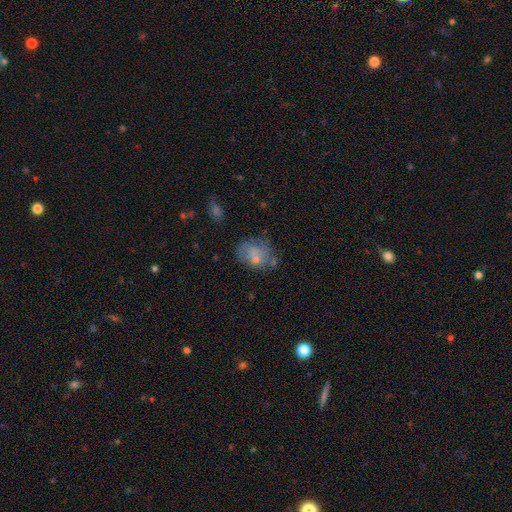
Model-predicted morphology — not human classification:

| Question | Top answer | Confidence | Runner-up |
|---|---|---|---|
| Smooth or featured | smooth | 60% | featured or disk (30%) |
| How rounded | in between | 55% | round (44%) |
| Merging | none | 45% | minor disturbance (25%) |